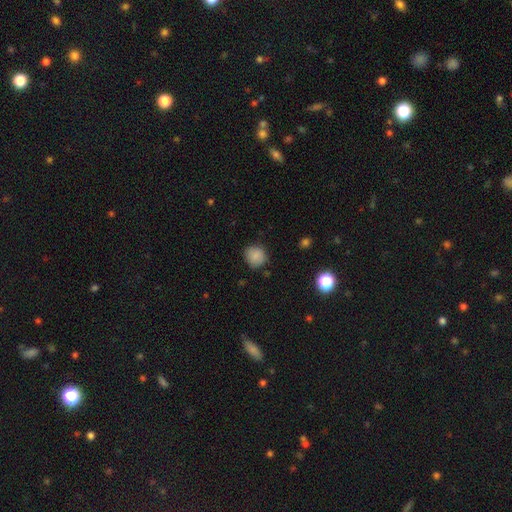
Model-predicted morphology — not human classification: This appears to be a smooth galaxy with no disk features (86%) that is round (84%). Merging: none (81%).